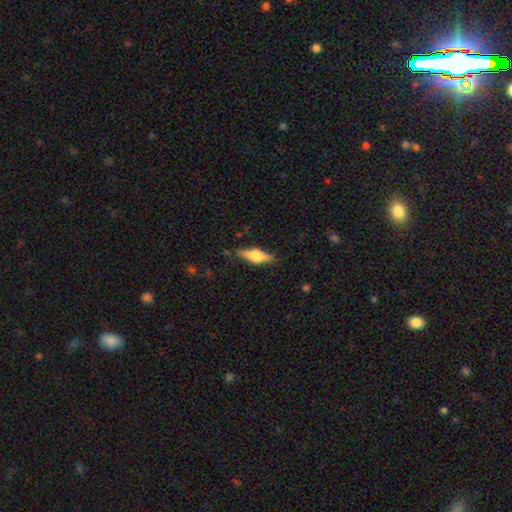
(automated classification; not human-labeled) smooth_or_featured: featured or disk (p=0.52) [alt: smooth p=0.41]
disk_edge_on: yes (p=0.94) [alt: no p=0.06]
merging: none (p=0.83) [alt: minor disturbance p=0.12]